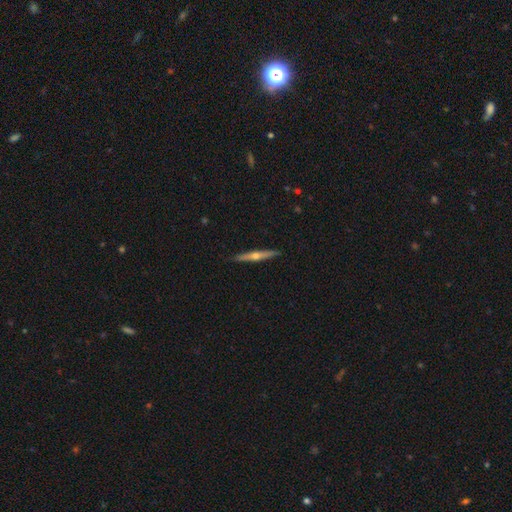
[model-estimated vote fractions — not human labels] Q: Smooth or featured?
A: featured or disk (68%); runner-up: smooth (26%)
Q: Edge-on disk?
A: yes (97%); runner-up: no (3%)
Q: Edge-on bulge?
A: rounded (89%); runner-up: none (9%)
Q: Merging?
A: none (91%); runner-up: minor disturbance (7%)